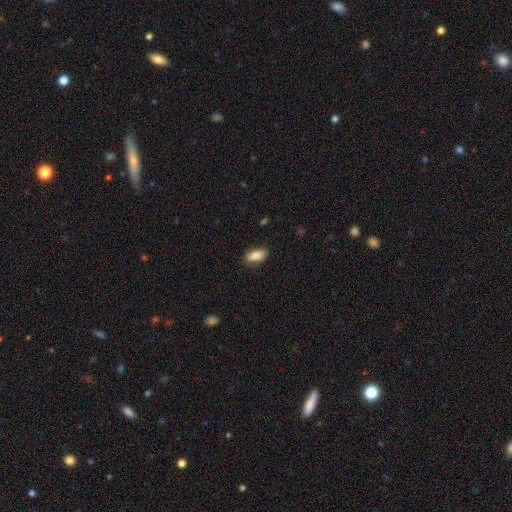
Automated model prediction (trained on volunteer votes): smooth 78%, featured or disk 15%, star or artifact 7%. Down the decision tree: how rounded — in between (83%); merging — none (81%).